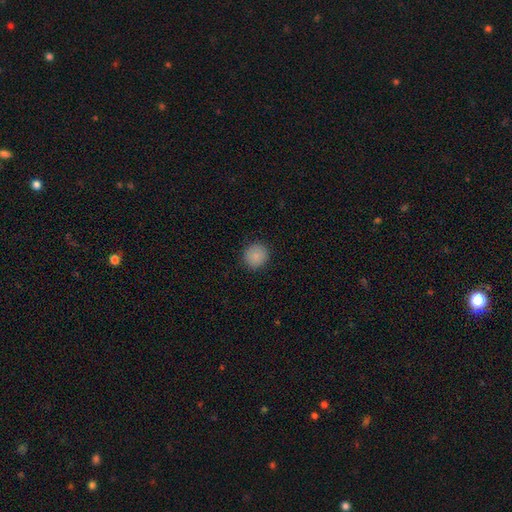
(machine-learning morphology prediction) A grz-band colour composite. It shows a smooth galaxy with no disk features (87%) that is round (92%). Merging: none (91%).